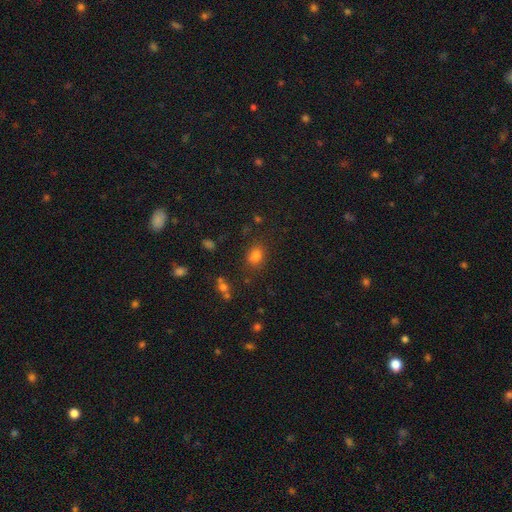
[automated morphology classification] A smooth galaxy with no disk features (77%) that is round (56%). Merging: none (77%).